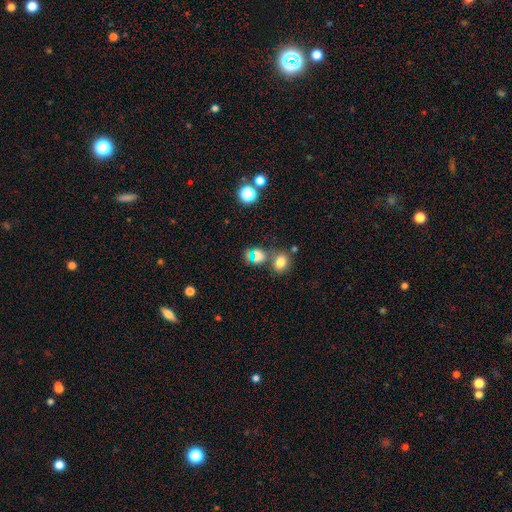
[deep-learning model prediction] Smooth or featured: smooth — 63% (star or artifact — 26%)
How rounded: round — 54% (in between — 44%)
Merging: none — 53% (merger — 29%)